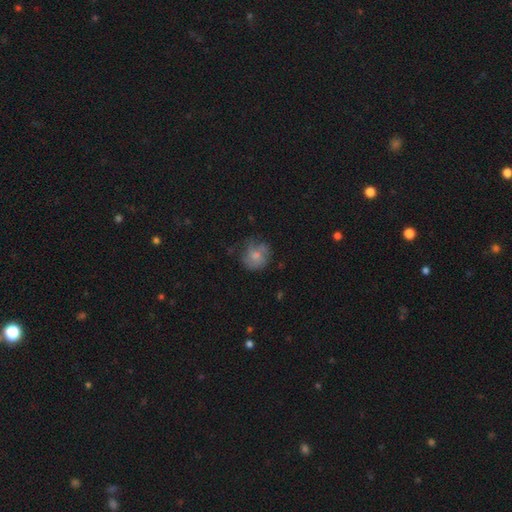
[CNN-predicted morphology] Smooth or featured: smooth — 57% (featured or disk — 33%)
How rounded: round — 81% (in between — 19%)
Merging: none — 58% (minor disturbance — 25%)